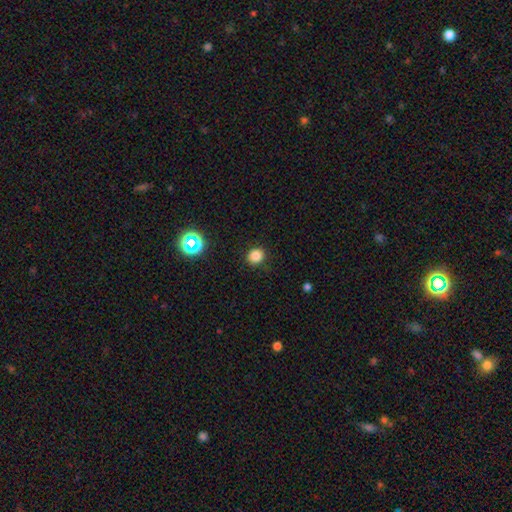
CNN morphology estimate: Smooth or featured?
  - smooth: 82% *
  - star or artifact: 15%
  - featured or disk: 4%
How rounded?
  - round: 82% *
  - in between: 17%
  - cigar-shaped: 1%
Merging?
  - none: 89% *
  - minor disturbance: 8%
  - major disturbance: 2%
  - merger: 1%